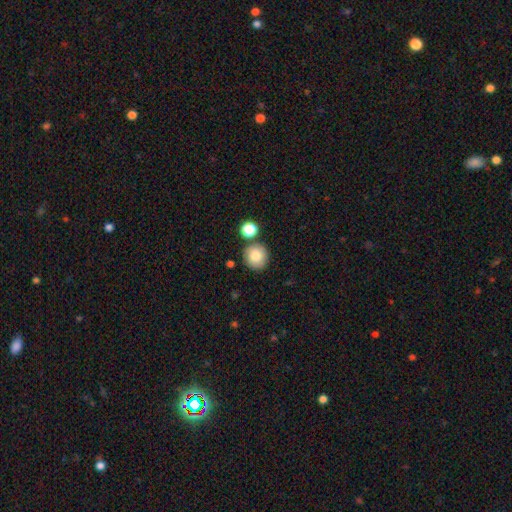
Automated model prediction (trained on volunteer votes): Smooth or featured?
  - smooth: 82% *
  - star or artifact: 9%
  - featured or disk: 9%
How rounded?
  - round: 93% *
  - in between: 7%
  - cigar-shaped: 1%
Merging?
  - none: 79% *
  - minor disturbance: 9%
  - merger: 9%
  - major disturbance: 3%